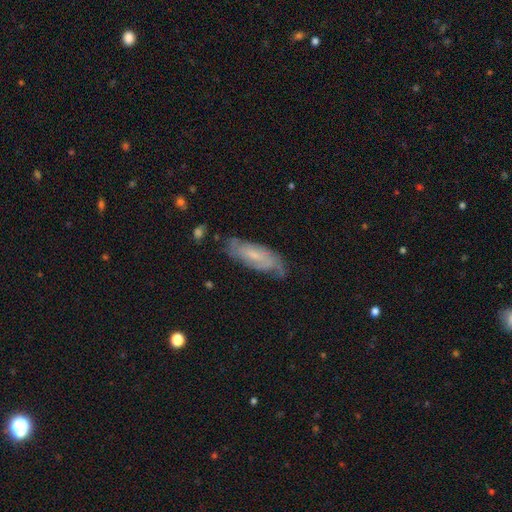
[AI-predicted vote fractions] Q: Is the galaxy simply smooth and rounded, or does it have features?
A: featured or disk — 60%.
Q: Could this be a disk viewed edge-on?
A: no — 83%.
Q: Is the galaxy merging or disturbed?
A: none — 66%.